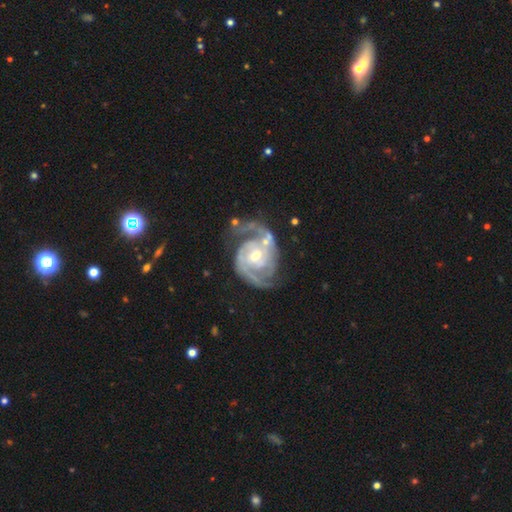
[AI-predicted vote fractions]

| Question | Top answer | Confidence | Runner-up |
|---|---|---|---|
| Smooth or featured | featured or disk | 92% | star or artifact (4%) |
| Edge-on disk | no | 98% | yes (2%) |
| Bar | no | 53% | weak (36%) |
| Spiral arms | yes | 98% | no (2%) |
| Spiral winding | medium | 45% | tied: tight (45%) |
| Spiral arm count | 2 | 81% | 3 (8%) |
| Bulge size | moderate | 56% | small (38%) |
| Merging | none | 61% | minor disturbance (20%) |